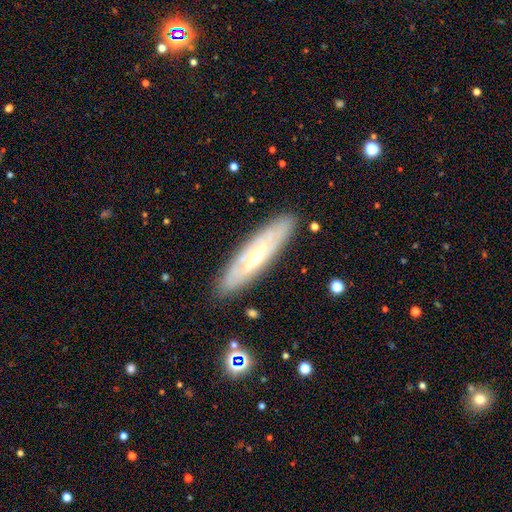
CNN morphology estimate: Smooth or featured?
  - featured or disk: 70% *
  - smooth: 23%
  - star or artifact: 7%
Edge-on disk?
  - no: 56% *
  - yes: 44%
Merging?
  - none: 86% *
  - minor disturbance: 10%
  - major disturbance: 2%
  - merger: 1%